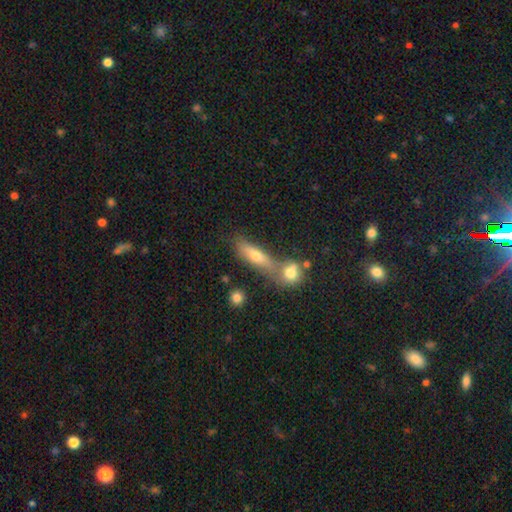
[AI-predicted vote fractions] smooth_or_featured: smooth (p=0.62) [alt: featured or disk p=0.27]
how_rounded: cigar-shaped (p=0.51) [alt: in between p=0.40]
merging: none (p=0.47) [alt: merger p=0.37]